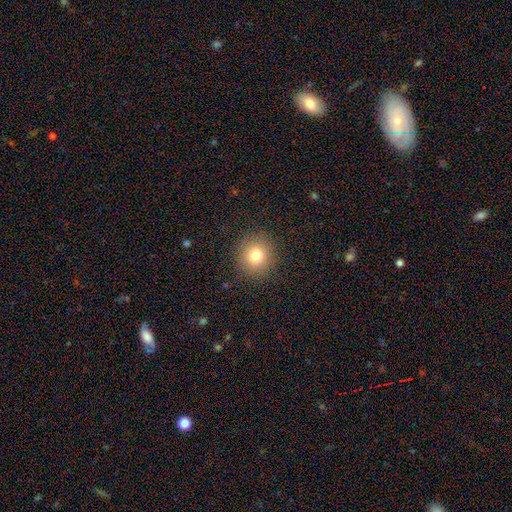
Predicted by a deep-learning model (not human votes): smooth-or-featured: smooth: 79% | star or artifact: 12% | featured or disk: 9%
  how-rounded: round: 88% | in between: 11% | cigar-shaped: 1%
  merging: none: 89% | minor disturbance: 7% | major disturbance: 3% | merger: 1%